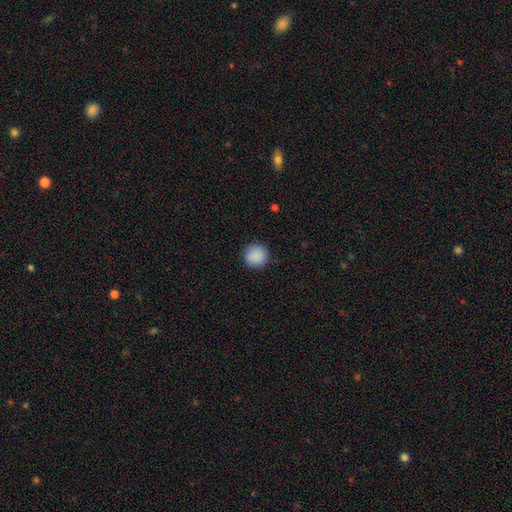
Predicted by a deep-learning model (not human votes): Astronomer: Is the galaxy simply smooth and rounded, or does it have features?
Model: smooth — 89%.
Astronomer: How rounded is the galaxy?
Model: round — 94%.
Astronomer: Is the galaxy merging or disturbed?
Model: none — 90%.